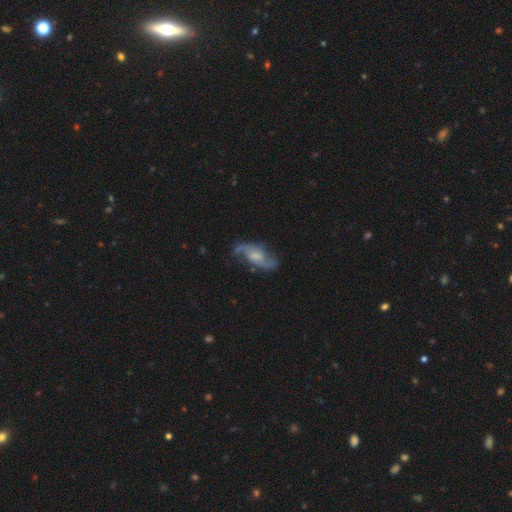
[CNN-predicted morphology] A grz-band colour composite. It shows a featured or disk galaxy (83%) with a weak bar (45%), 2 (90%) loose (53%) spiral arms (95%) and a moderate central bulge (36%). Merging: none (74%).